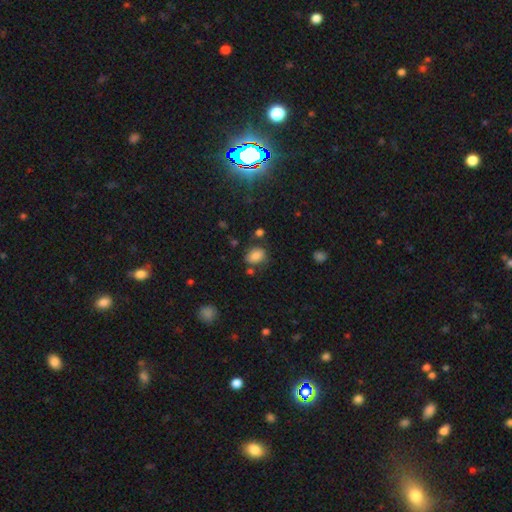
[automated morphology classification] Overall: smooth (78%). How rounded: in between (61%; round 38%). Merging: none (67%).